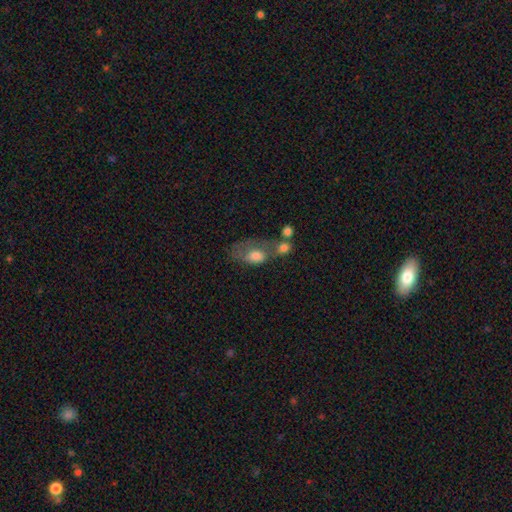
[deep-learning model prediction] smooth_or_featured: smooth (p=0.65) [alt: featured or disk p=0.26]
how_rounded: in between (p=0.85) [alt: round p=0.13]
merging: merger (p=0.38) [alt: major disturbance p=0.26]